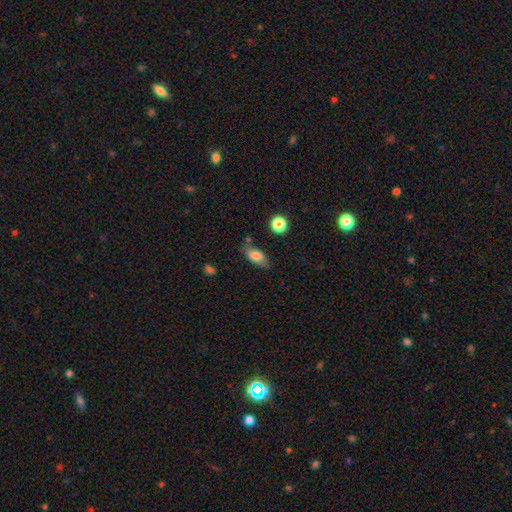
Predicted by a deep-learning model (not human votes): Q: Smooth or featured?
A: smooth (78%); runner-up: featured or disk (14%)
Q: How rounded?
A: in between (83%); runner-up: cigar-shaped (11%)
Q: Merging?
A: none (71%); runner-up: minor disturbance (19%)